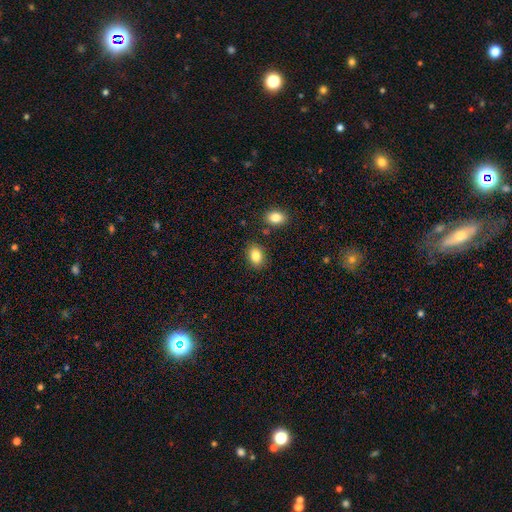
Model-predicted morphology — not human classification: Overall: smooth (85%). How rounded: in between (77%). Merging: none (83%).